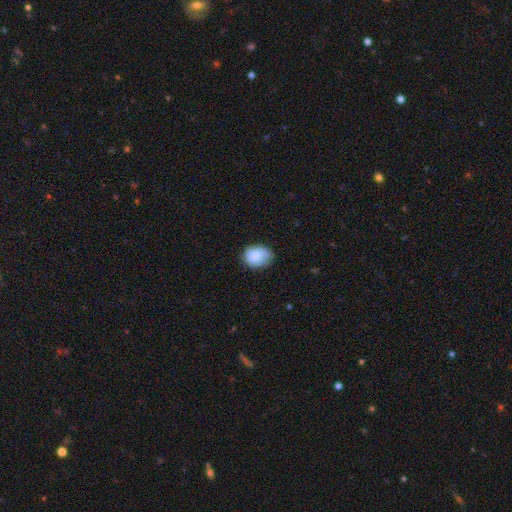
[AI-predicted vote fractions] This is likely a smooth galaxy (78%). How rounded: possibly in between (56%). Merging: likely none (69%).